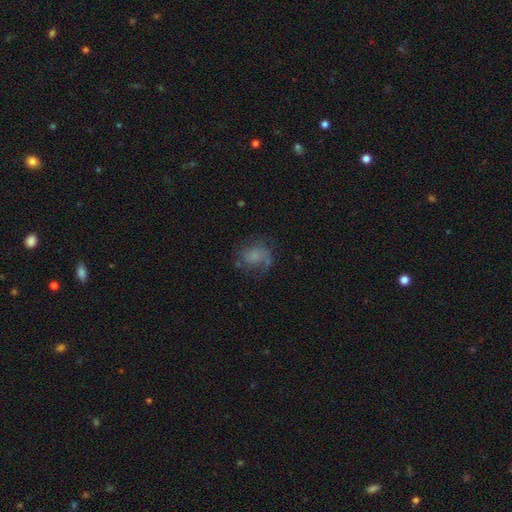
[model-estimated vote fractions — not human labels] This is possibly a smooth galaxy (48%). Merging: possibly none (48%).